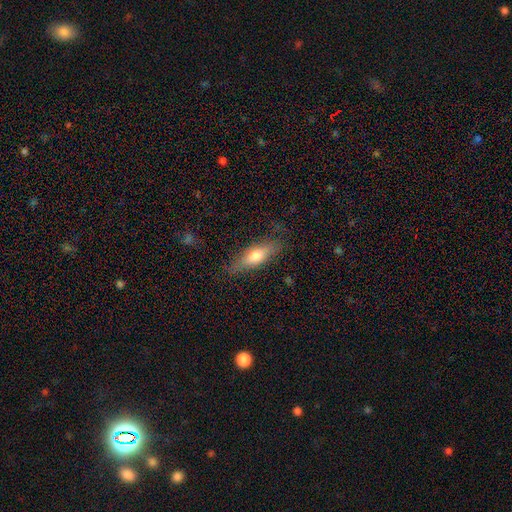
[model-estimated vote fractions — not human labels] smooth 63%, featured or disk 31%, star or artifact 7%. Down the decision tree: how rounded — in between (50%); merging — none (76%).